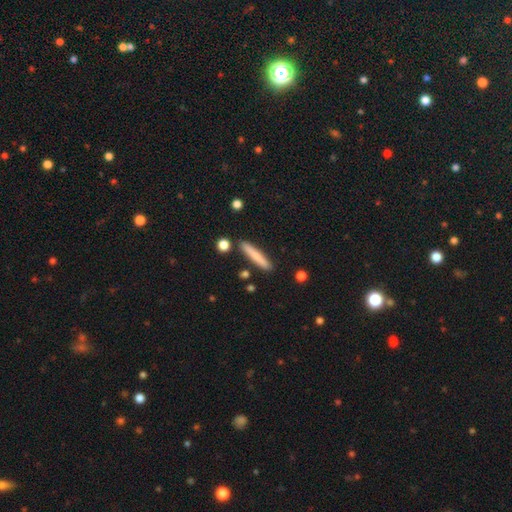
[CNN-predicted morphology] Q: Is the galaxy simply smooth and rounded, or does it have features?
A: smooth — 76%.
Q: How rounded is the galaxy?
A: cigar-shaped — 93%.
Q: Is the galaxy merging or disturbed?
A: none — 87%.